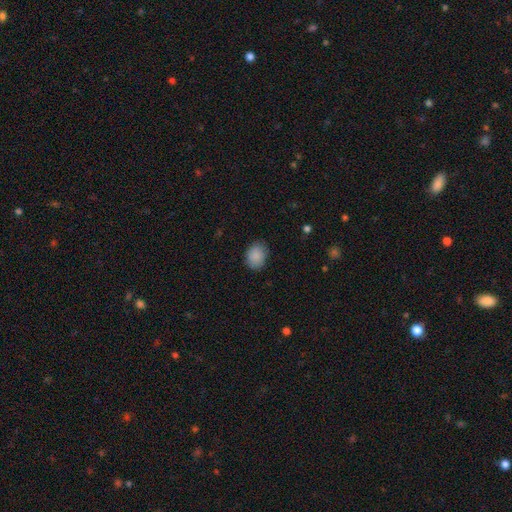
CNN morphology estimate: Smooth or featured: smooth — 88% (star or artifact — 8%)
How rounded: in between — 60% (round — 39%)
Merging: none — 82% (minor disturbance — 14%)